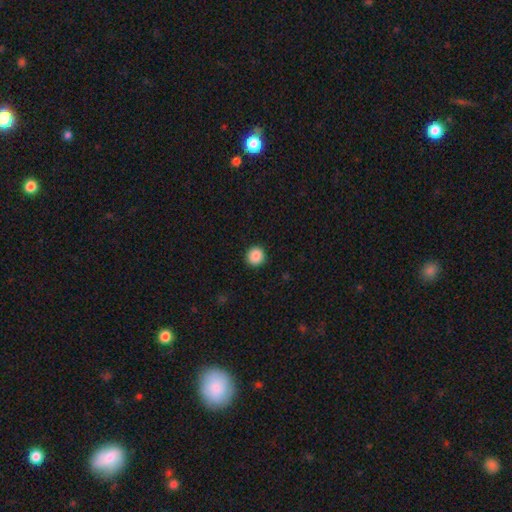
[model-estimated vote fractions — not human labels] A smooth galaxy with no disk features (88%) that is round (93%). Merging: none (92%).